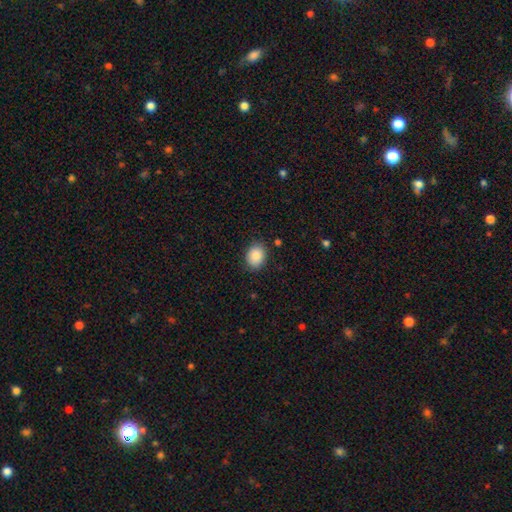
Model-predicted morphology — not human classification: Q: Smooth or featured?
A: smooth (89%); runner-up: star or artifact (8%)
Q: How rounded?
A: in between (60%); runner-up: round (39%)
Q: Merging?
A: none (84%); runner-up: minor disturbance (11%)